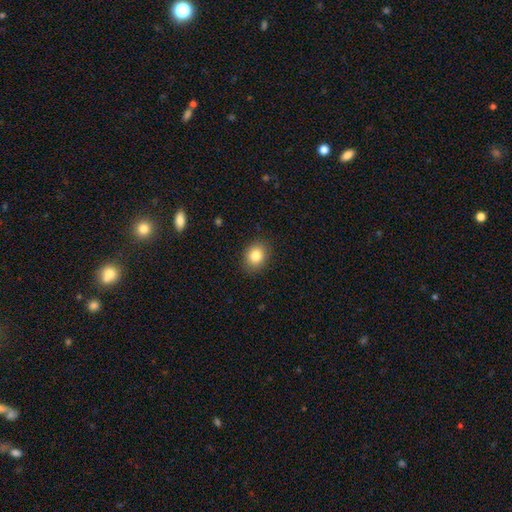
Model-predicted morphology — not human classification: smooth-or-featured: smooth: 83% | star or artifact: 10% | featured or disk: 7%
  how-rounded: round: 63% | in between: 36% | cigar-shaped: 1%
  merging: none: 88% | minor disturbance: 8% | major disturbance: 2% | merger: 1%